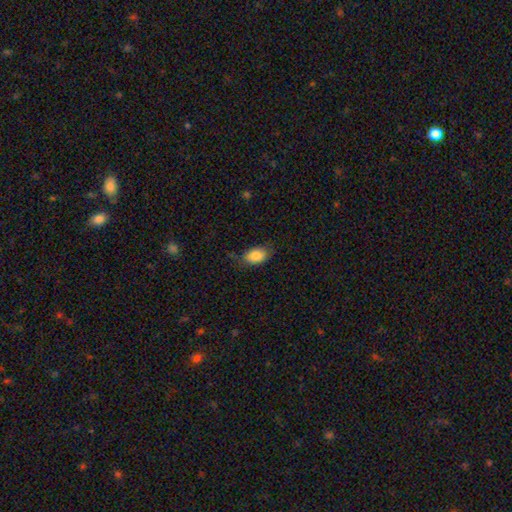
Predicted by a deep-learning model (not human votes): This appears to be a smooth galaxy with no disk features (86%) that is in between round and cigar-shaped (89%). Merging: none (76%).